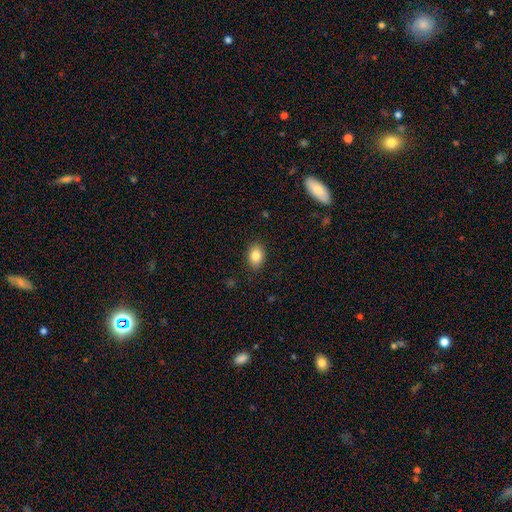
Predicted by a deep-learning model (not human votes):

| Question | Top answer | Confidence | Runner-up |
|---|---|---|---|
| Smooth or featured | smooth | 85% | star or artifact (9%) |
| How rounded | in between | 73% | round (26%) |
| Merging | none | 88% | minor disturbance (9%) |